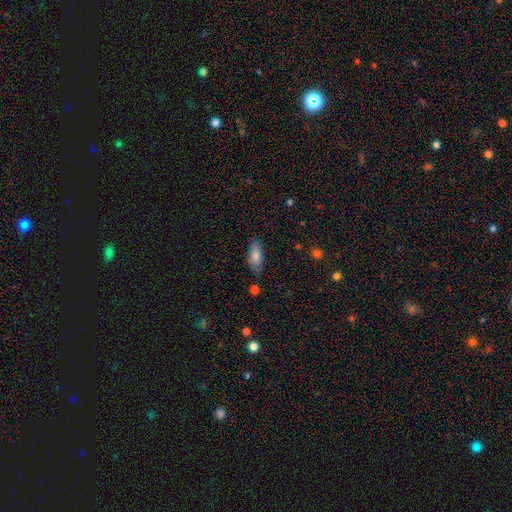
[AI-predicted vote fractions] This is likely a smooth galaxy (80%). How rounded: likely in between (78%). Merging: likely none (74%).